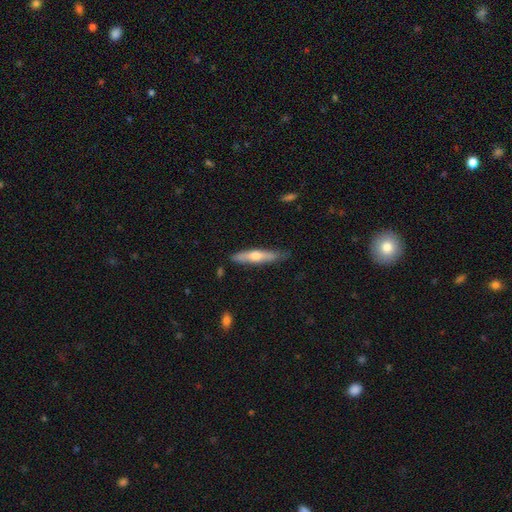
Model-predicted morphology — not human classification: Overall: featured or disk (48%; smooth 46%). Merging: none (81%).